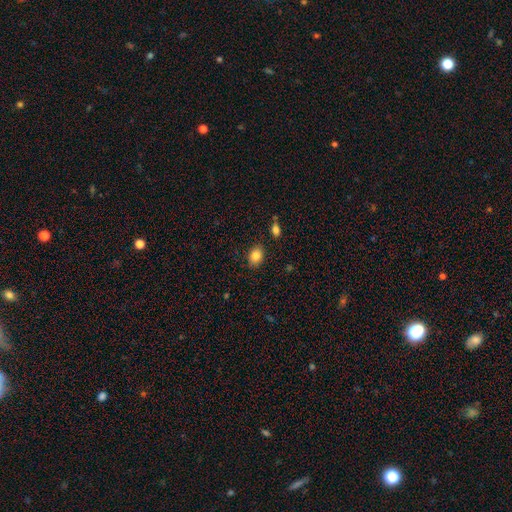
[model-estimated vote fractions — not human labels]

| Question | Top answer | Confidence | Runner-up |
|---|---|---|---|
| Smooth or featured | smooth | 85% | star or artifact (9%) |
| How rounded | in between | 72% | round (27%) |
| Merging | none | 85% | minor disturbance (10%) |